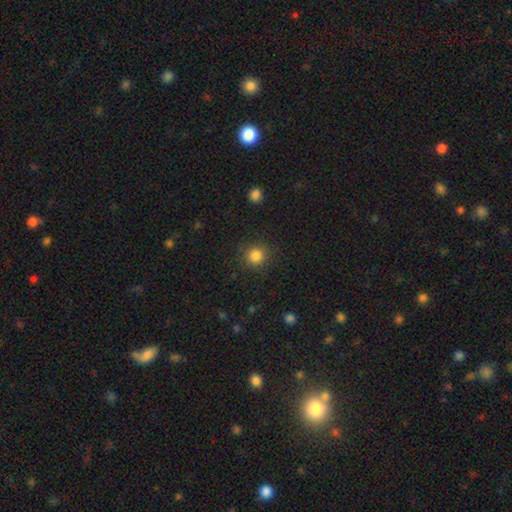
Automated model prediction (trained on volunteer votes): Morphology: type=smooth (84%); roundness=round (92%); merging=none (88%).